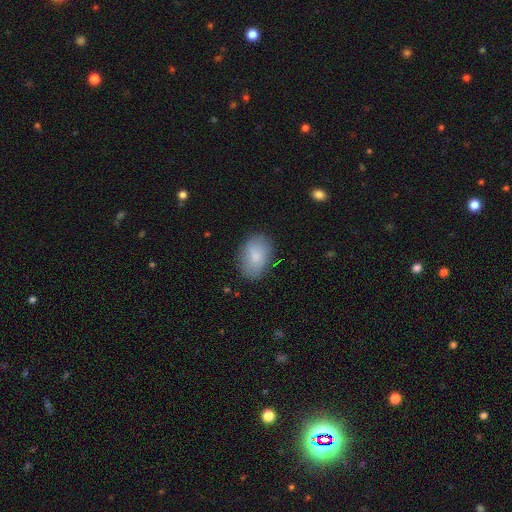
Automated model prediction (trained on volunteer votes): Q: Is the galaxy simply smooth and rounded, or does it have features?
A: smooth — 78%.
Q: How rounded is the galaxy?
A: in between — 86%.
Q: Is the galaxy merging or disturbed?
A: none — 80%.